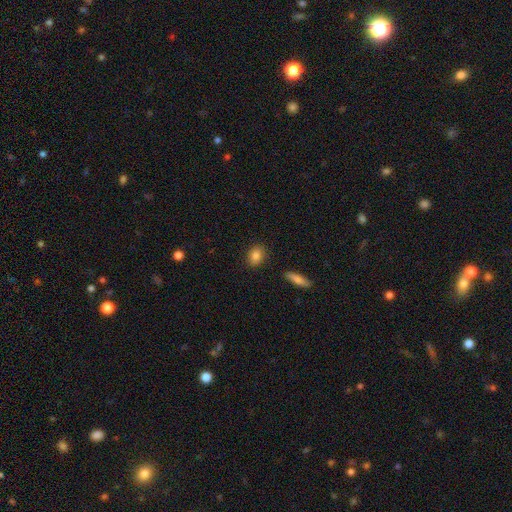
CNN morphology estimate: Smooth or featured?
  - smooth: 84% *
  - star or artifact: 8%
  - featured or disk: 8%
How rounded?
  - in between: 62% *
  - round: 35%
  - cigar-shaped: 2%
Merging?
  - none: 88% *
  - minor disturbance: 8%
  - major disturbance: 2%
  - merger: 2%